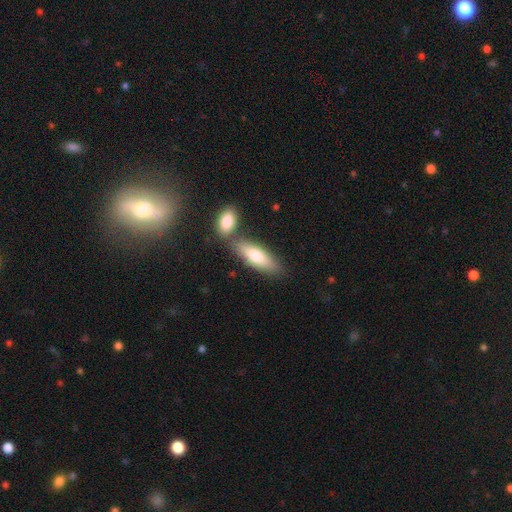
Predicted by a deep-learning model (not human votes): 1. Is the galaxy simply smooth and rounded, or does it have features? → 73% smooth, 21% featured or disk, 6% star or artifact.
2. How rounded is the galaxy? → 59% in between, 38% cigar-shaped, 2% round.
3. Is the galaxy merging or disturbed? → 60% none, 25% merger, 11% minor disturbance, 3% major disturbance.